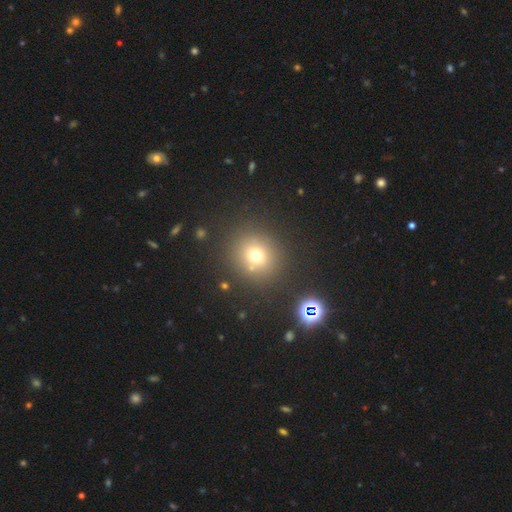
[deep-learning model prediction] Smooth or featured? Predicted: smooth (p=0.68). How rounded? Predicted: round (p=0.87). Merging? Predicted: none (p=0.82).